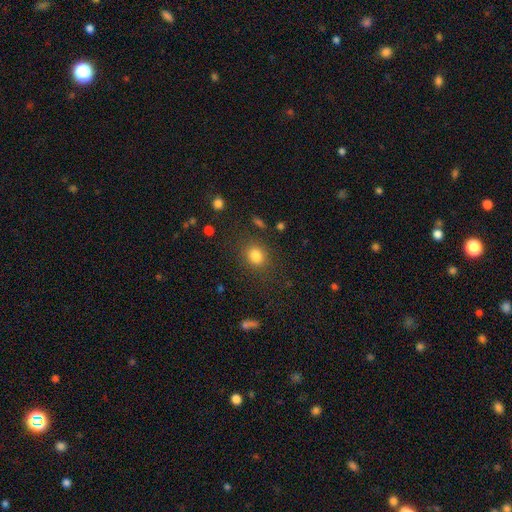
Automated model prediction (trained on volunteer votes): smooth-or-featured: smooth: 82% | star or artifact: 12% | featured or disk: 6%
  how-rounded: round: 64% | in between: 35% | cigar-shaped: 1%
  merging: none: 81% | minor disturbance: 11% | major disturbance: 5% | merger: 3%